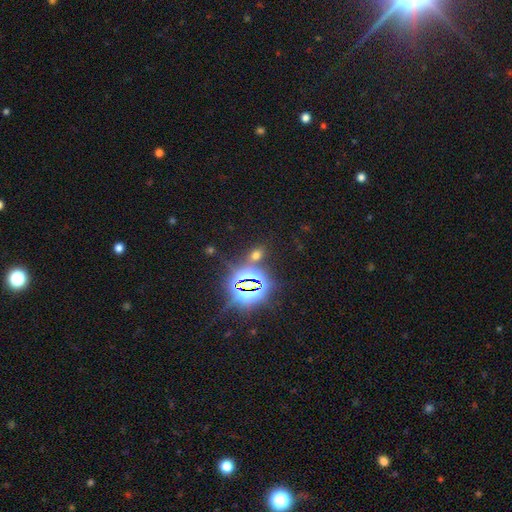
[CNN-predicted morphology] A star or artifact, not a galaxy (50%).

Vote fractions:
- Smooth or featured? star or artifact: 50% / smooth: 43% / featured or disk: 7%